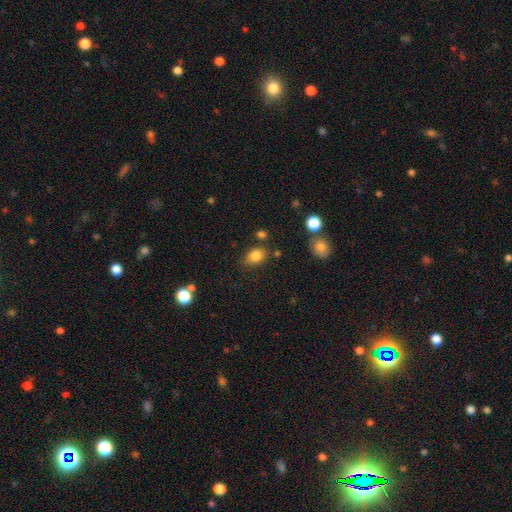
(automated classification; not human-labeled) smooth-or-featured: smooth: 84% | star or artifact: 10% | featured or disk: 6%
  how-rounded: in between: 77% | round: 21% | cigar-shaped: 1%
  merging: none: 75% | minor disturbance: 16% | merger: 5% | major disturbance: 4%